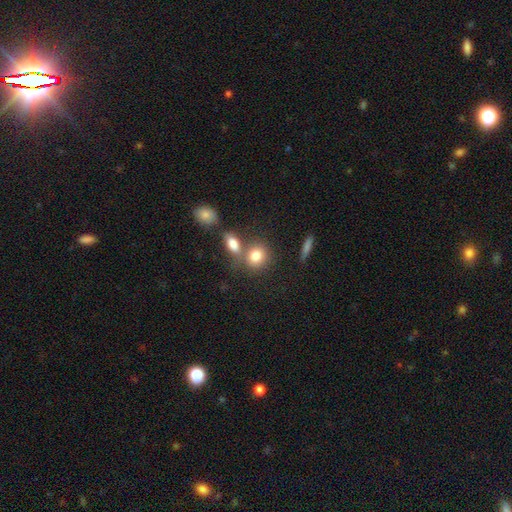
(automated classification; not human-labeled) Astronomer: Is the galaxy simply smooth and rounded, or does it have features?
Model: smooth — 81%.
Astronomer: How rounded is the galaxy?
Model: round — 64%.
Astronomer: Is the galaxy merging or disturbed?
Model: none — 54% (runner-up: merger, 32%).